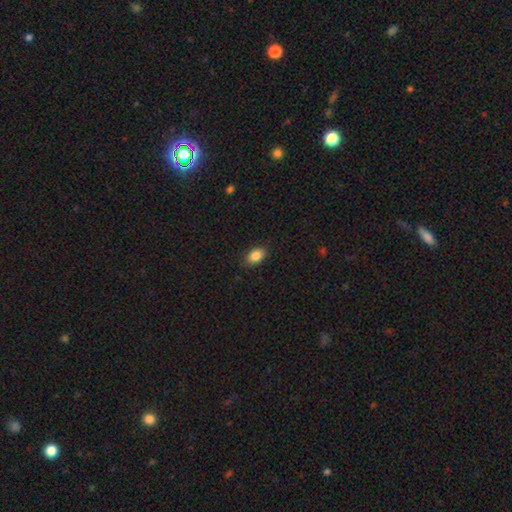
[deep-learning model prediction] Smooth or featured? smooth (86%)
How rounded? in between (83%)
Merging? none (87%)